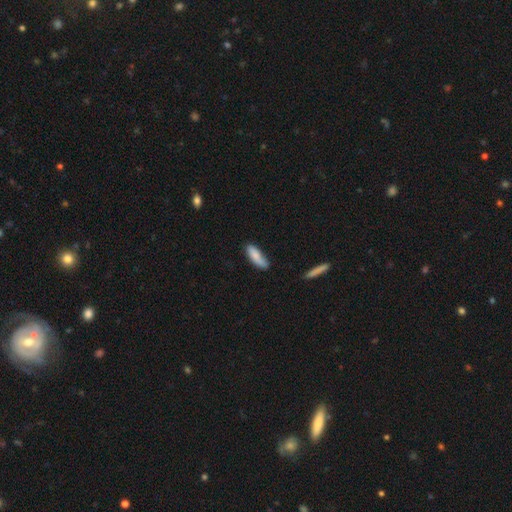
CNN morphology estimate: Smooth or featured? Predicted: smooth (p=0.80). How rounded? Predicted: in between (p=0.60). Merging? Predicted: none (p=0.61).